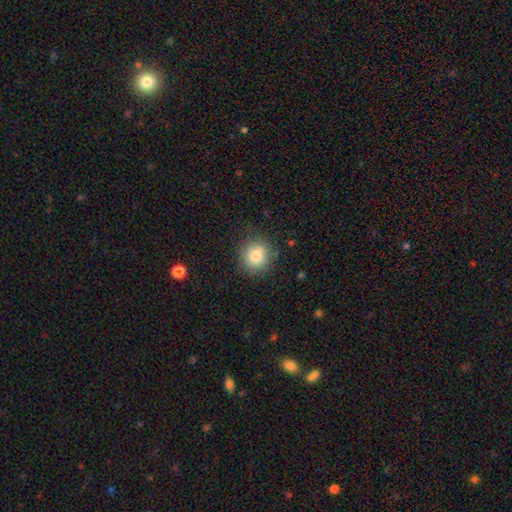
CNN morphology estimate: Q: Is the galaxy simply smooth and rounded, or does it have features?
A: smooth — 82%.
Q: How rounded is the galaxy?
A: round — 85%.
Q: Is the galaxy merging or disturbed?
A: none — 82%.